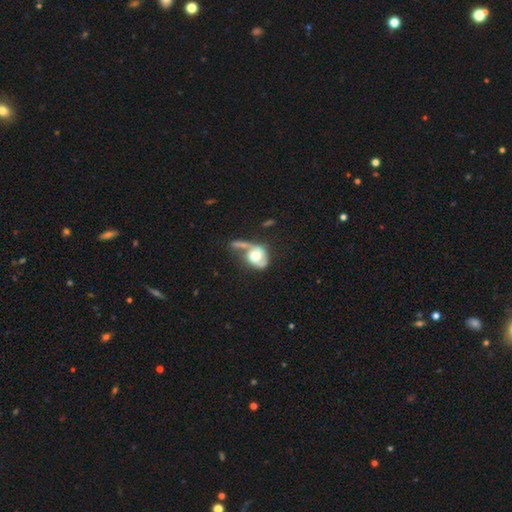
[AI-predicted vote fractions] smooth_or_featured: featured or disk (p=0.52) [alt: smooth p=0.41]
disk_edge_on: no (p=0.95) [alt: yes p=0.05]
merging: merger (p=0.31) [alt: major disturbance p=0.26]